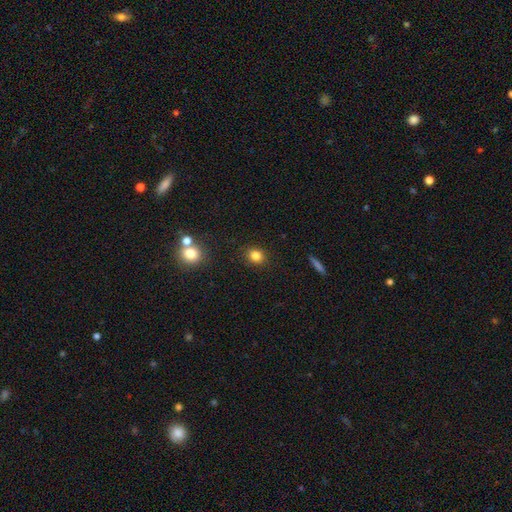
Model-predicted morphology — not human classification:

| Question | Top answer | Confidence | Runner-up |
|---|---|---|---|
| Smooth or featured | smooth | 83% | star or artifact (12%) |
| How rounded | round | 74% | in between (25%) |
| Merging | none | 89% | minor disturbance (7%) |